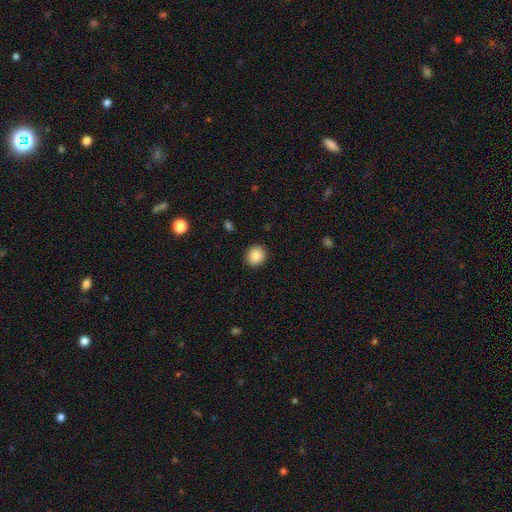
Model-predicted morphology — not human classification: The model was most divided on "how rounded": round: 79%, in between: 20%, cigar-shaped: 1%. More confident: merging — none (90%); smooth or featured — smooth (86%).